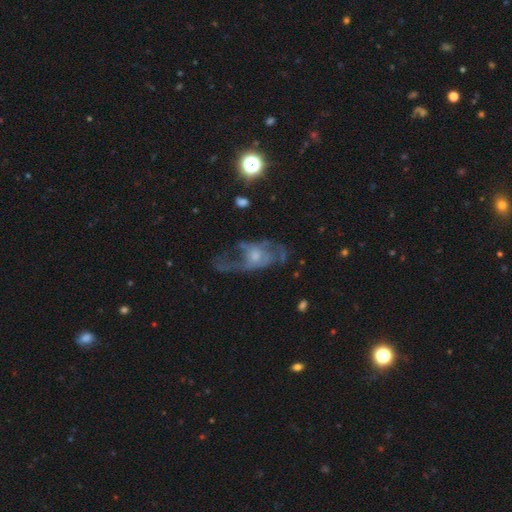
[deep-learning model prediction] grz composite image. It shows a featured or disk galaxy (71%) with no bar (74%), spiral arms (66%) and a moderate central bulge (46%). Merging: major disturbance (45%).